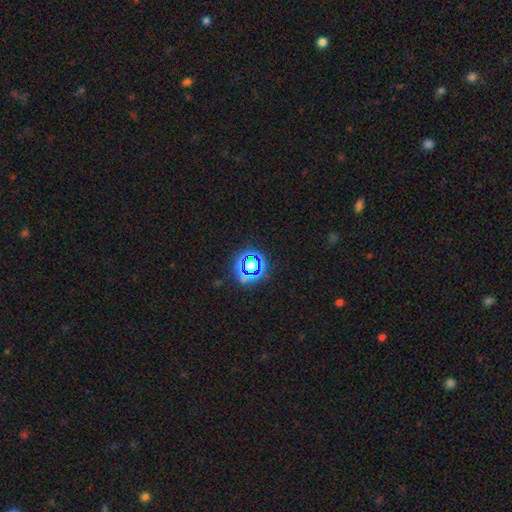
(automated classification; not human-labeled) Smooth or featured: star or artifact — 72% (smooth — 20%)